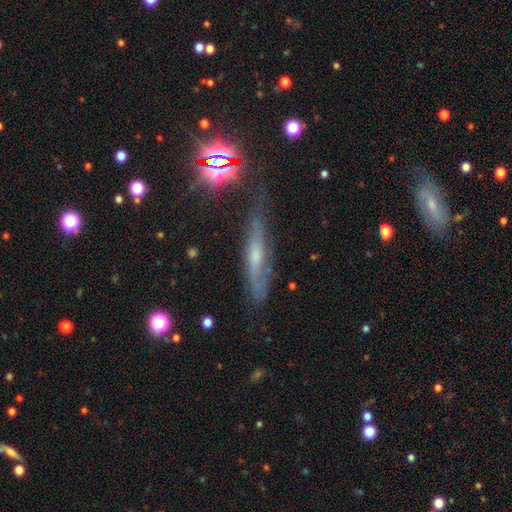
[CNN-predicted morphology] This is possibly a featured or disk galaxy (55%). It is likely viewed edge-on (67%). Merging: likely none (68%).